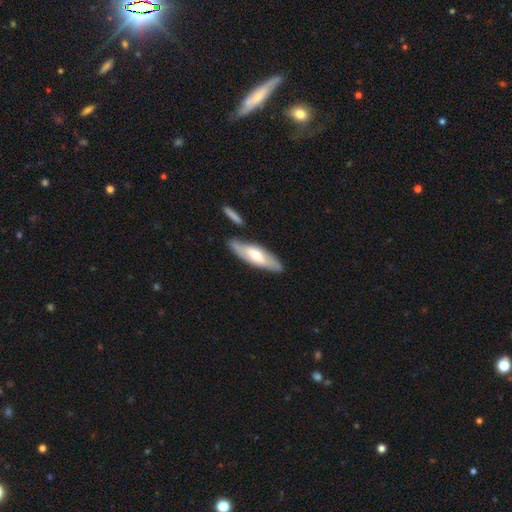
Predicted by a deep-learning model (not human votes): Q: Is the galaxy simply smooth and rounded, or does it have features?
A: featured or disk — 53%.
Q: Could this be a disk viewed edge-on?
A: no — 65%.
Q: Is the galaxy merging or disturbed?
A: none — 74%.